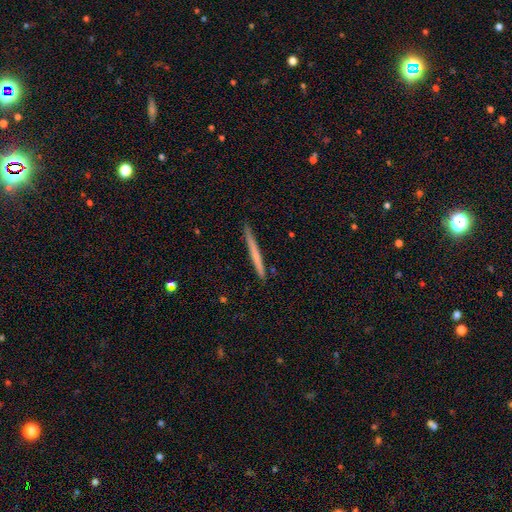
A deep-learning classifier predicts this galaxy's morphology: smooth-or-featured: smooth: 56% | featured or disk: 39% | star or artifact: 6%
  how-rounded: cigar-shaped: 97% | in between: 2% | round: 1%
  merging: none: 89% | minor disturbance: 8% | major disturbance: 1% | merger: 1%